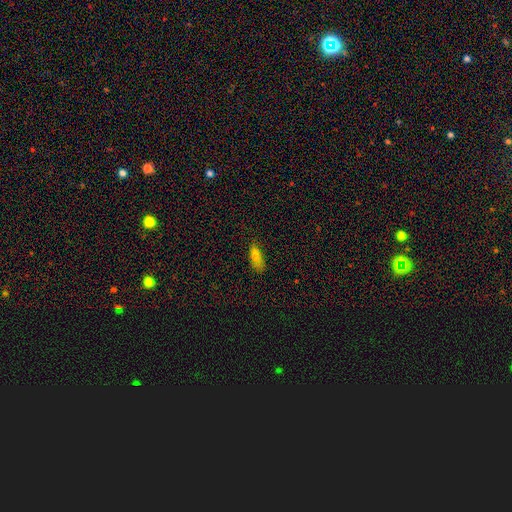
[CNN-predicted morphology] smooth 82%, star or artifact 12%, featured or disk 6%. Down the decision tree: how rounded — in between (72%); merging — none (64%).